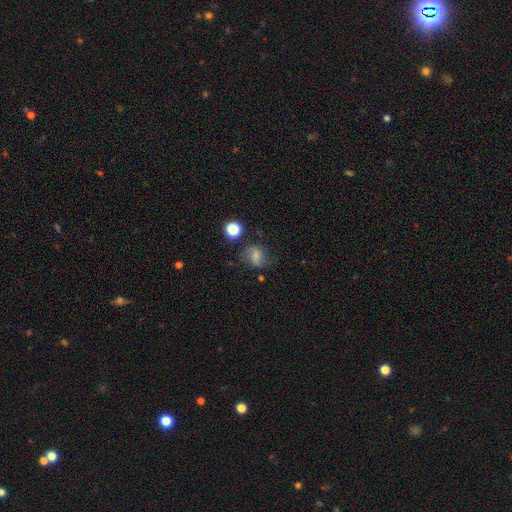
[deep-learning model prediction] A smooth galaxy with no disk features (52%) that is round (50%). Merging: none (60%).